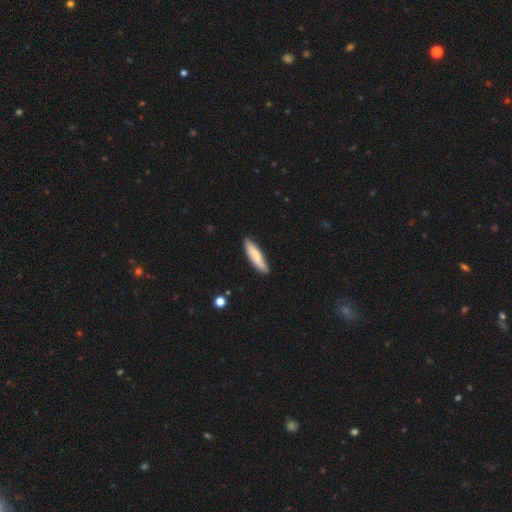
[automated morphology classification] The model was most divided on "how rounded": cigar-shaped: 71%, in between: 28%, round: 2%. More confident: merging — none (83%); smooth or featured — smooth (69%).